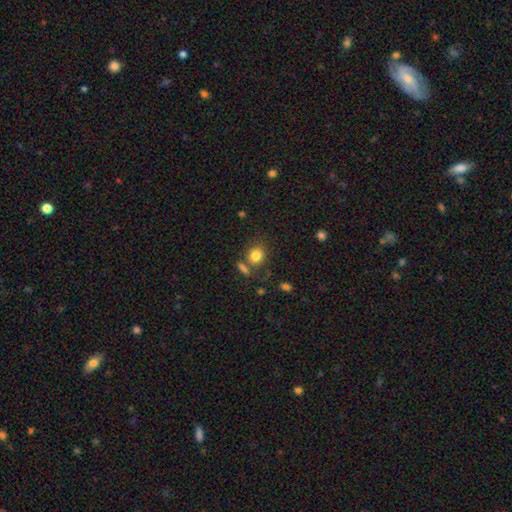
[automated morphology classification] Overall: smooth (82%). How rounded: round (72%). Merging: none (69%).